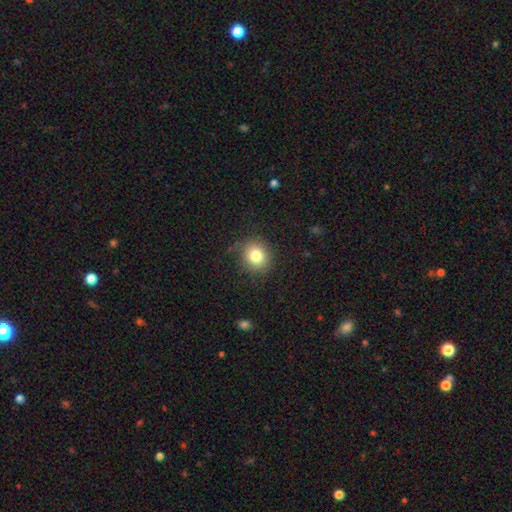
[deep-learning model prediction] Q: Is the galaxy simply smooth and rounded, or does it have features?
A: smooth — 80%.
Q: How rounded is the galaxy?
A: round — 81%.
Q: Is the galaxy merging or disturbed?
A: none — 84%.